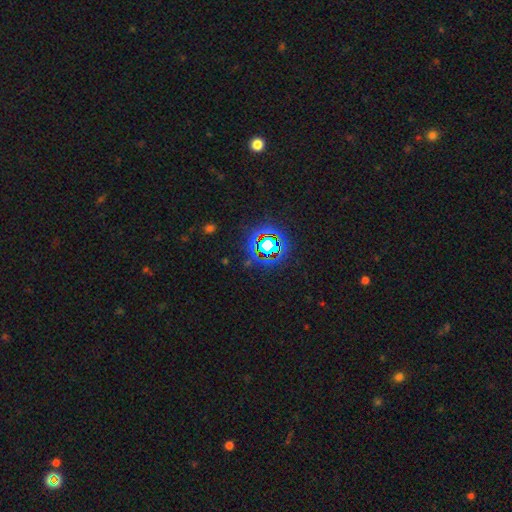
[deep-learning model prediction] Q: Smooth or featured?
A: star or artifact (76%); runner-up: smooth (14%)